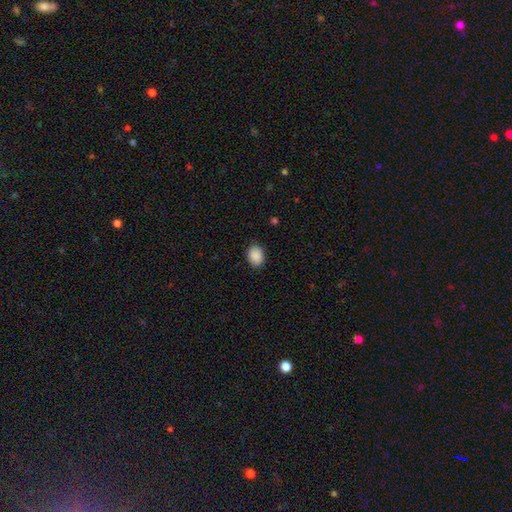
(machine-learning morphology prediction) Q: Smooth or featured?
A: smooth (90%); runner-up: star or artifact (8%)
Q: How rounded?
A: in between (67%); runner-up: round (32%)
Q: Merging?
A: none (87%); runner-up: minor disturbance (9%)